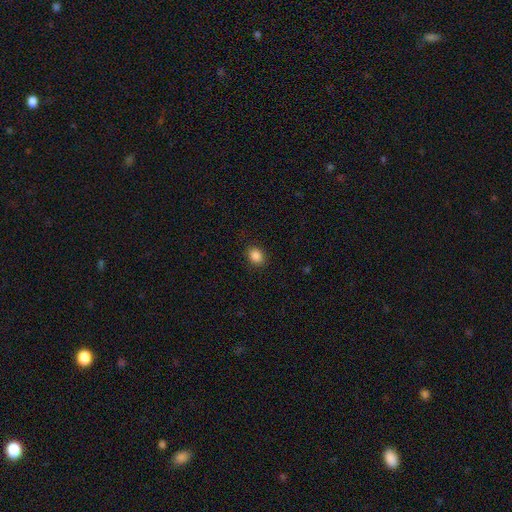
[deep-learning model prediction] Q: Smooth or featured?
A: smooth (87%); runner-up: star or artifact (10%)
Q: How rounded?
A: in between (52%); runner-up: round (47%)
Q: Merging?
A: none (89%); runner-up: minor disturbance (8%)